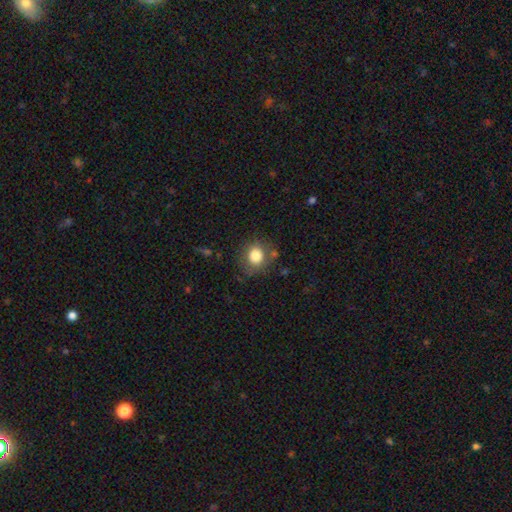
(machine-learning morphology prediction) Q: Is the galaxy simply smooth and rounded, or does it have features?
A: smooth — 81%.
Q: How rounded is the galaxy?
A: round — 75%.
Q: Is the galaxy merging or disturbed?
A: none — 76%.